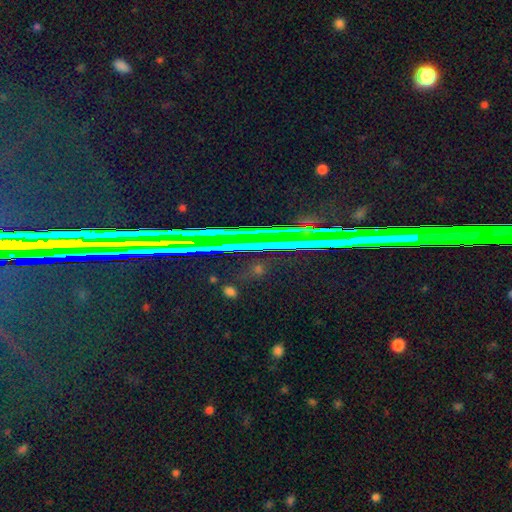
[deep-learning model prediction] Morphology: type=star or artifact (83%).